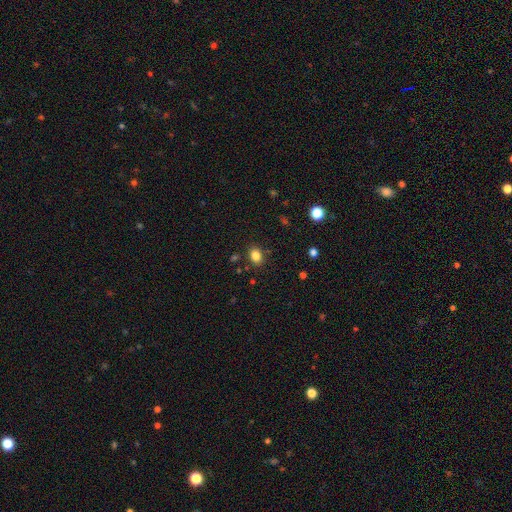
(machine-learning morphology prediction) A smooth galaxy with no disk features (84%) that is in between round and cigar-shaped (62%).

Vote fractions:
- Smooth or featured? smooth: 84% / star or artifact: 11% / featured or disk: 5%
- How rounded? in between: 62% / round: 37% / cigar-shaped: 1%
- Merging? none: 85% / minor disturbance: 9% / major disturbance: 3% / merger: 3%